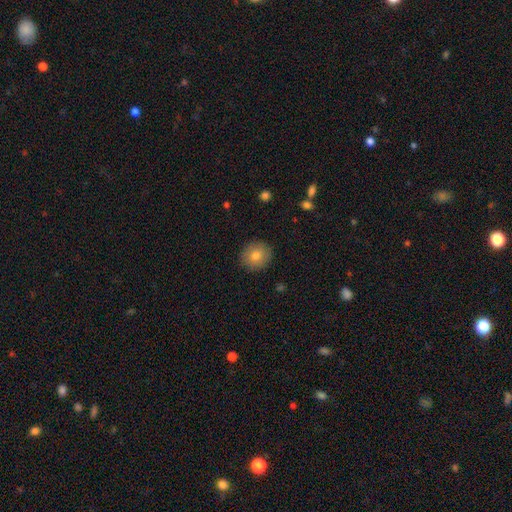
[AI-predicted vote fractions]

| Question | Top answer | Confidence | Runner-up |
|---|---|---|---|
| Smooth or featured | smooth | 79% | featured or disk (12%) |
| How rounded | round | 87% | in between (12%) |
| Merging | none | 90% | minor disturbance (7%) |